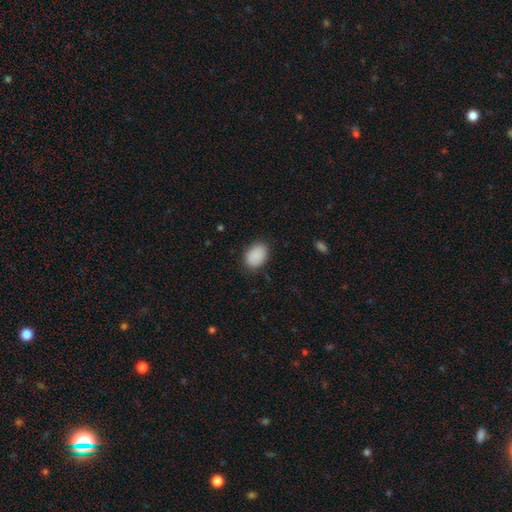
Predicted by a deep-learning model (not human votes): Smooth or featured: smooth — 89% (star or artifact — 7%)
How rounded: in between — 76% (round — 23%)
Merging: none — 82% (minor disturbance — 13%)